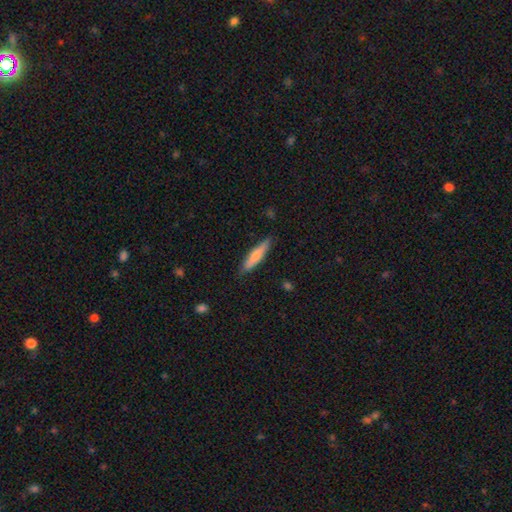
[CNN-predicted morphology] Q: Smooth or featured?
A: smooth (62%); runner-up: featured or disk (32%)
Q: How rounded?
A: cigar-shaped (85%); runner-up: in between (14%)
Q: Merging?
A: none (87%); runner-up: minor disturbance (10%)